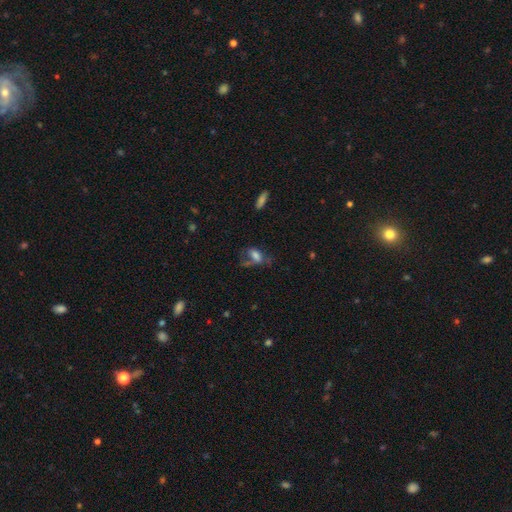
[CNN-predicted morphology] A smooth galaxy with no disk features (55%) that is in between round and cigar-shaped (84%).

Vote fractions:
- Smooth or featured? smooth: 55% / featured or disk: 32% / star or artifact: 13%
- How rounded? in between: 84% / round: 9% / cigar-shaped: 7%
- Merging? major disturbance: 44% / none: 30% / minor disturbance: 20% / merger: 6%